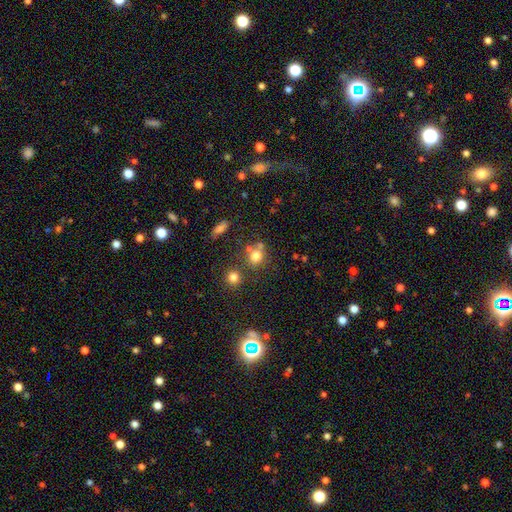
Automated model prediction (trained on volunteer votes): smooth 73%, star or artifact 16%, featured or disk 11%. Down the decision tree: how rounded — round (77%); merging — none (57%).